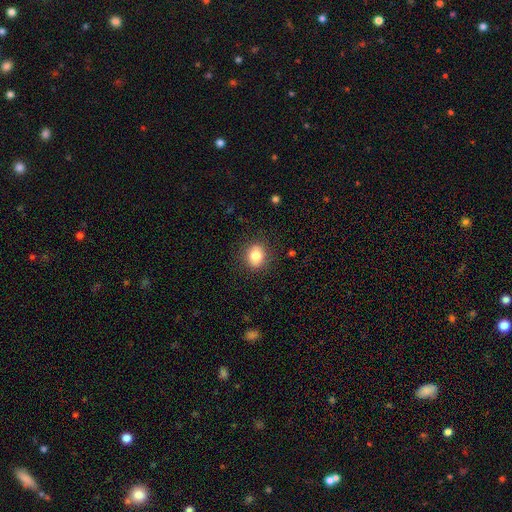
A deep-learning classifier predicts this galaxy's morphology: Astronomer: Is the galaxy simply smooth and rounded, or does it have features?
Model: smooth — 83%.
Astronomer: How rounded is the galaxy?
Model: round — 60% (runner-up: in between, 39%).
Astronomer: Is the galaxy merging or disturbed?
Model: none — 86%.